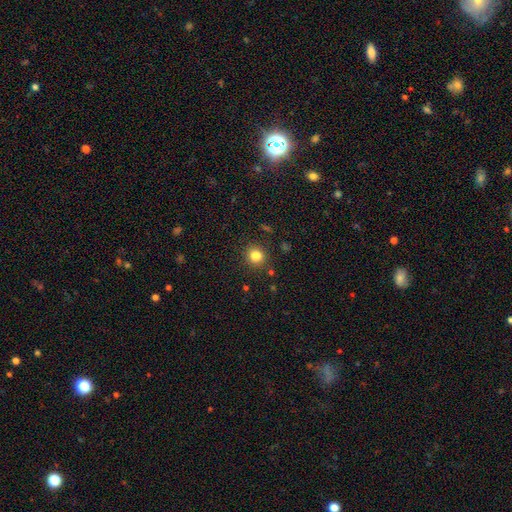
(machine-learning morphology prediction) smooth-or-featured: smooth: 83% | star or artifact: 12% | featured or disk: 5%
  how-rounded: round: 89% | in between: 10% | cigar-shaped: 1%
  merging: none: 88% | minor disturbance: 7% | major disturbance: 3% | merger: 2%